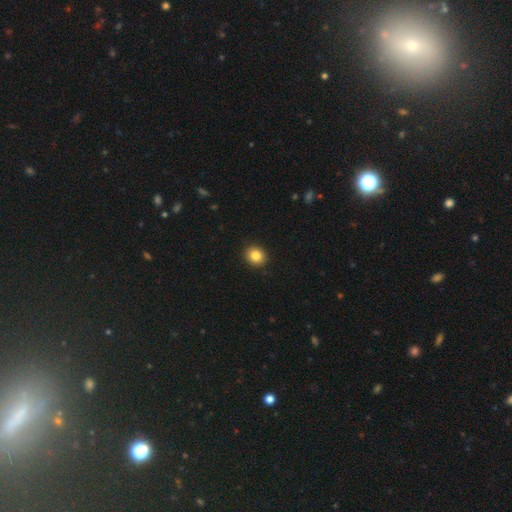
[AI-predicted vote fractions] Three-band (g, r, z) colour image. It shows a smooth galaxy with no disk features (84%) that is round (78%). Merging: none (92%).